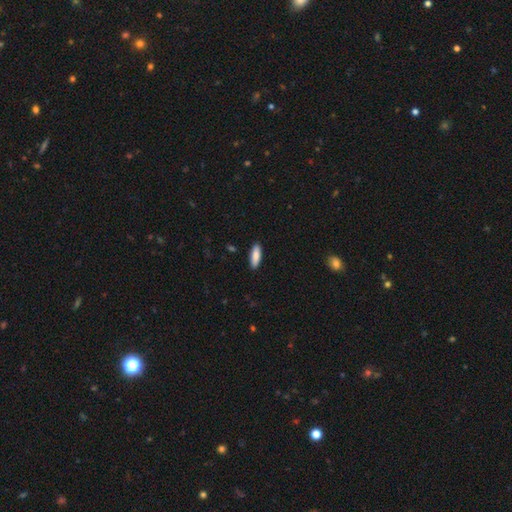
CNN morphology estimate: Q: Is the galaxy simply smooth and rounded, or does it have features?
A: smooth — 86%.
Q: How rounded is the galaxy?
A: in between — 56%.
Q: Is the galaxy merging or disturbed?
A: none — 90%.